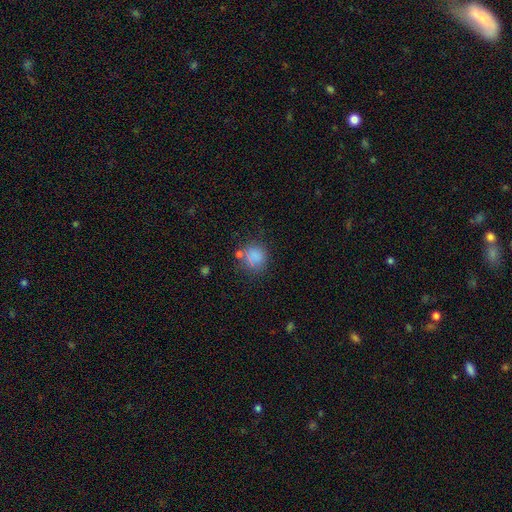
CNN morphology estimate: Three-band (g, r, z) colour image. It shows a smooth galaxy with no disk features (77%) that is round (82%). Merging: none (62%).